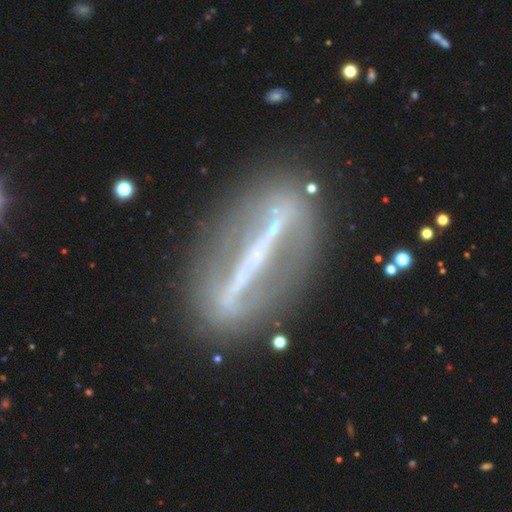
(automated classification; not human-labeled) Morphology: type=featured or disk (76%); edge-on=yes (55%); merging=none (80%).